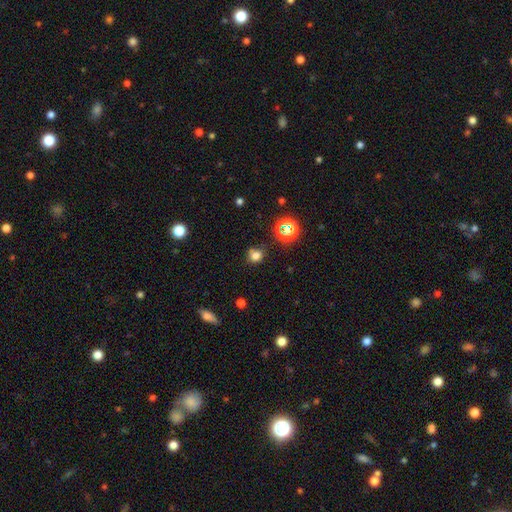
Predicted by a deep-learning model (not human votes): Q: Smooth or featured?
A: smooth (74%); runner-up: star or artifact (19%)
Q: How rounded?
A: round (77%); runner-up: in between (22%)
Q: Merging?
A: none (69%); runner-up: minor disturbance (15%)